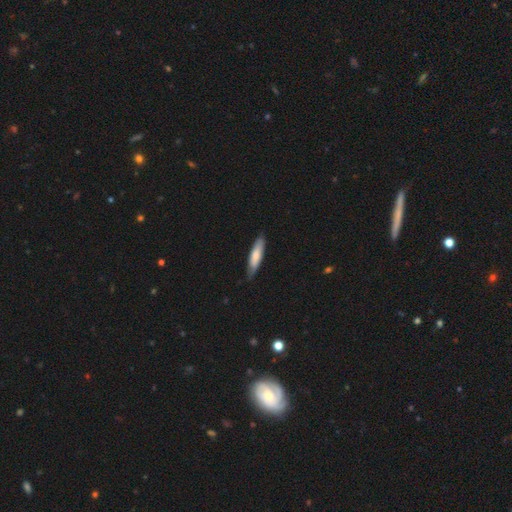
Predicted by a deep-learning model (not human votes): This is likely a smooth galaxy (73%). How rounded: likely cigar-shaped (76%). Merging: clearly none (81%).